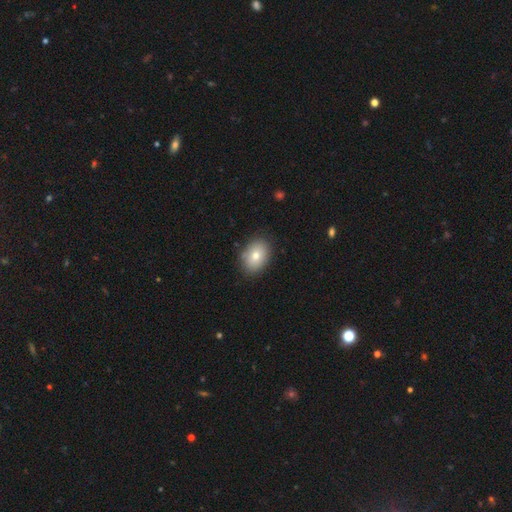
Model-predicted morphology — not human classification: Smooth or featured? smooth (78%)
How rounded? in between (76%)
Merging? none (84%)